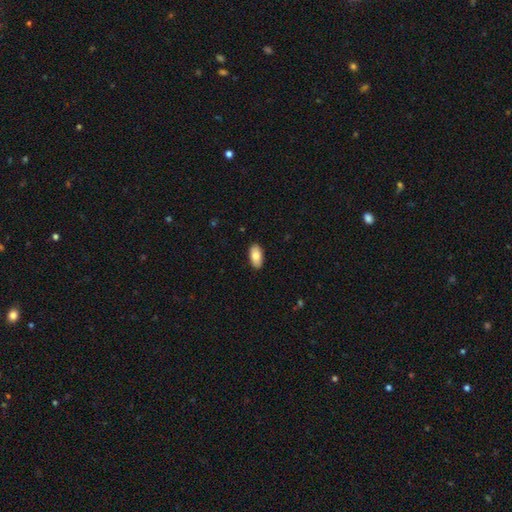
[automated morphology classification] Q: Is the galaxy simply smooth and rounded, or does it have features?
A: smooth — 82%.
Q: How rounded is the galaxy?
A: in between — 94%.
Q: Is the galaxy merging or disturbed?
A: none — 89%.